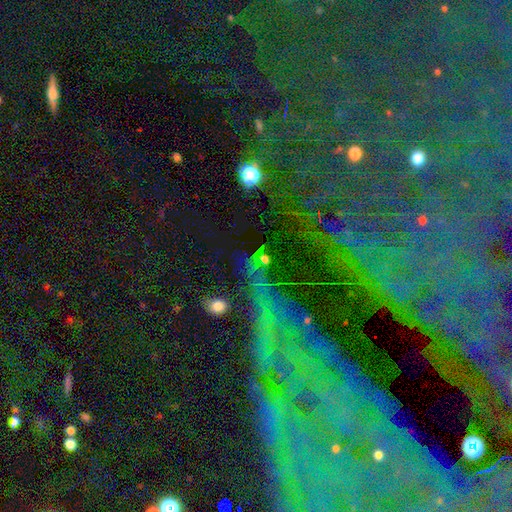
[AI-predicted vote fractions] The model was most divided on "smooth or featured": star or artifact: 64%, featured or disk: 19%, smooth: 17%.